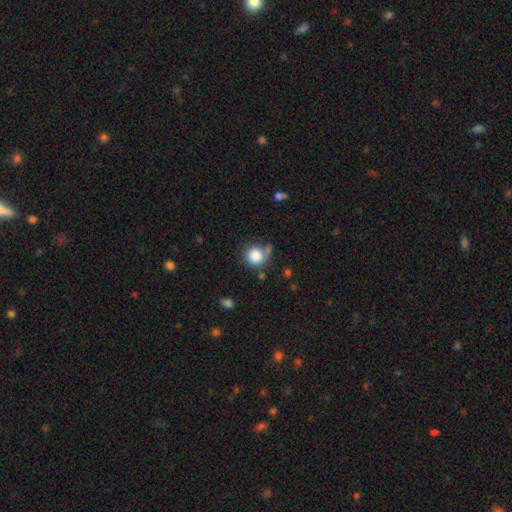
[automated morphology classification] Smooth or featured: smooth — 85% (star or artifact — 10%)
How rounded: round — 88% (in between — 11%)
Merging: none — 61% (minor disturbance — 20%)